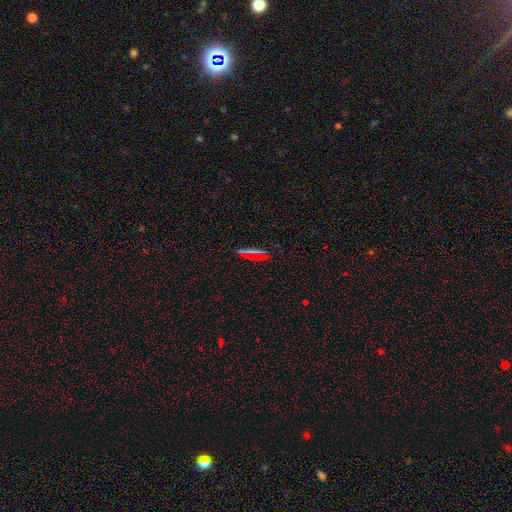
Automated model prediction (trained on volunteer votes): This is likely a smooth galaxy (61%). How rounded: likely cigar-shaped (63%). Merging: clearly none (84%).